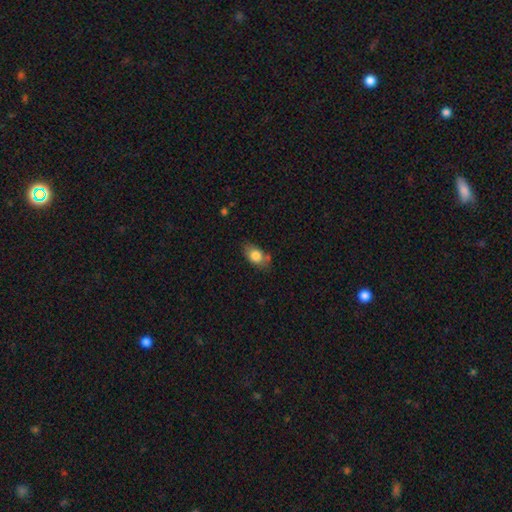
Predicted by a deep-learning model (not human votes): Overall: smooth (79%). How rounded: in between (82%). Merging: none (64%; minor disturbance 24%).